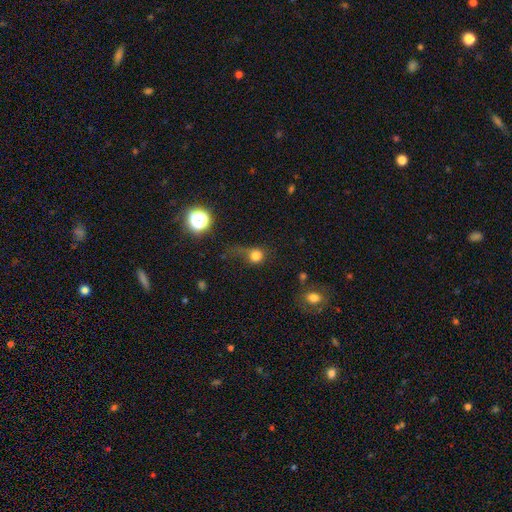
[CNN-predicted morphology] smooth_or_featured: smooth (p=0.75) [alt: star or artifact p=0.15]
how_rounded: round (p=0.86) [alt: in between p=0.13]
merging: none (p=0.41) [alt: major disturbance p=0.28]